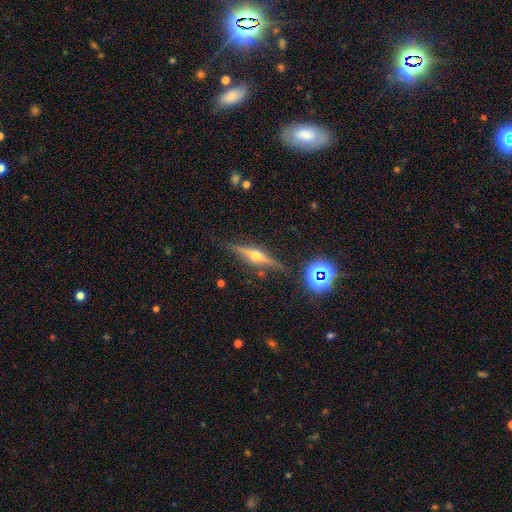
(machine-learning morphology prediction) A featured or disk galaxy (74%) viewed edge-on (97%) with a rounded central bulge (92%).

Vote fractions:
- Smooth or featured? featured or disk: 74% / smooth: 16% / star or artifact: 10%
- Edge-on disk? yes: 97% / no: 3%
- Edge-on bulge? rounded: 92% / boxy: 5% / none: 3%
- Merging? none: 86% / minor disturbance: 9% / major disturbance: 2% / merger: 2%